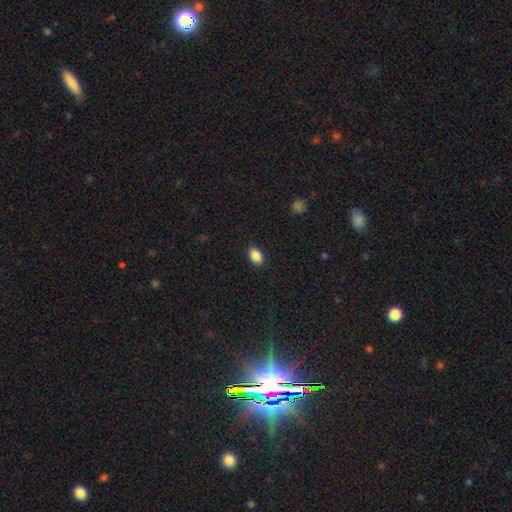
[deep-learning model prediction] Morphology: type=smooth (88%); roundness=in between (86%); merging=none (89%).